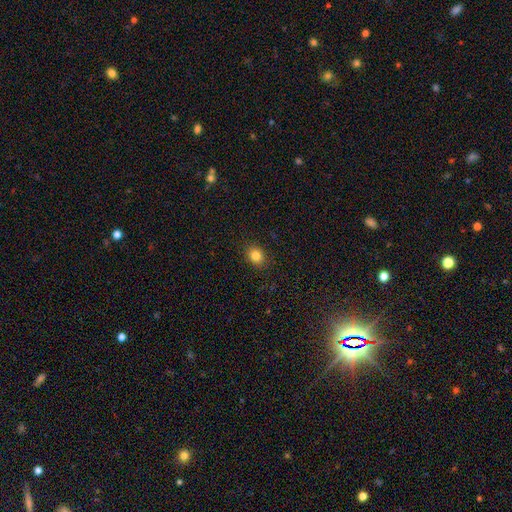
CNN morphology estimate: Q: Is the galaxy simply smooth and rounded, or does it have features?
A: smooth — 84%.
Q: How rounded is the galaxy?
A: round — 61%.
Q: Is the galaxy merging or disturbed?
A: none — 90%.